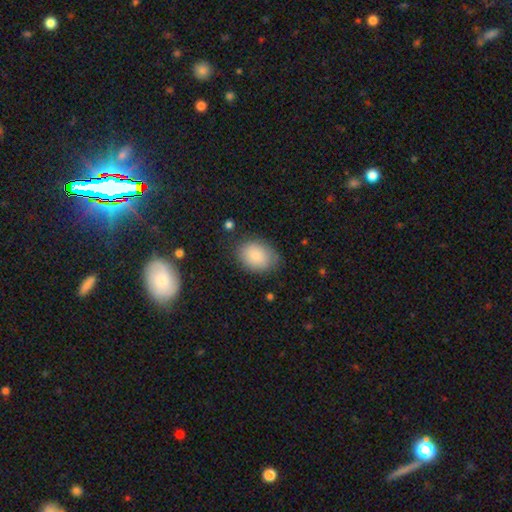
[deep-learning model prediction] smooth_or_featured: smooth (p=0.85) [alt: featured or disk p=0.08]
how_rounded: in between (p=0.75) [alt: round p=0.24]
merging: none (p=0.76) [alt: minor disturbance p=0.17]